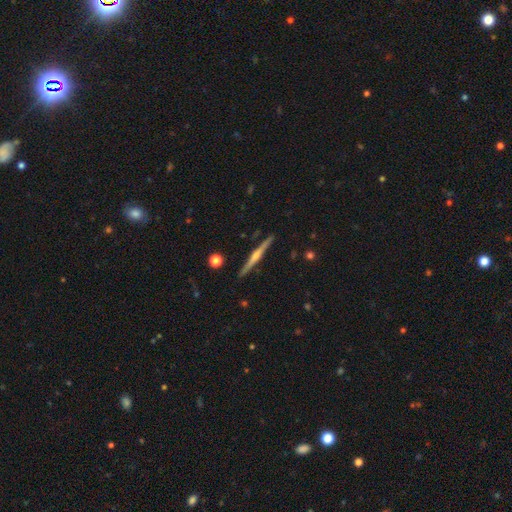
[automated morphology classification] Smooth or featured: featured or disk — 75% (smooth — 19%)
Edge-on disk: yes — 98% (no — 2%)
Edge-on bulge: rounded — 77% (none — 14%)
Merging: none — 92% (minor disturbance — 6%)